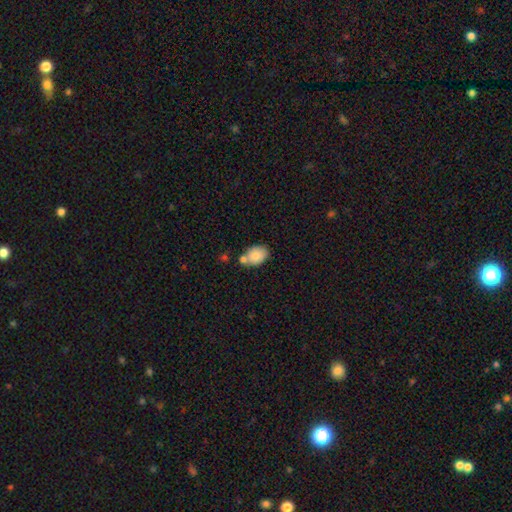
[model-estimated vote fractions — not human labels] This is clearly a smooth galaxy (81%). How rounded: likely in between (76%). Merging: possibly none (57%).